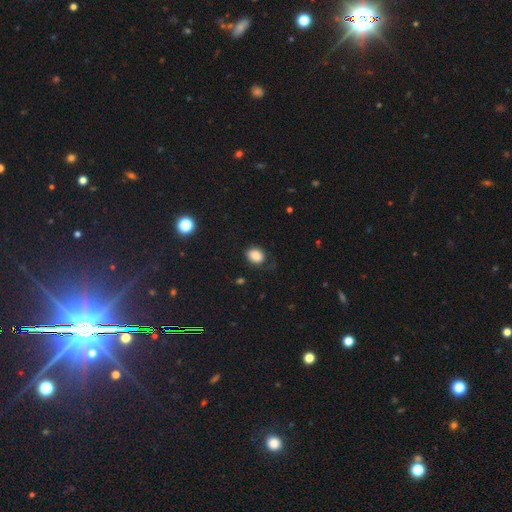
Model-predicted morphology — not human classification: A smooth galaxy with no disk features (85%) that is in between round and cigar-shaped (58%).

Vote fractions:
- Smooth or featured? smooth: 85% / star or artifact: 10% / featured or disk: 5%
- How rounded? in between: 58% / round: 41% / cigar-shaped: 1%
- Merging? none: 63% / minor disturbance: 25% / major disturbance: 10% / merger: 2%